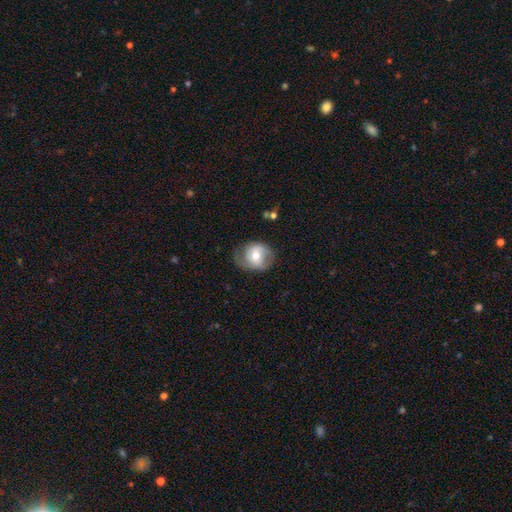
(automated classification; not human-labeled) smooth-or-featured: smooth: 51% | featured or disk: 42% | star or artifact: 7%
  how-rounded: round: 65% | in between: 34% | cigar-shaped: 1%
  merging: none: 63% | minor disturbance: 25% | major disturbance: 11% | merger: 1%